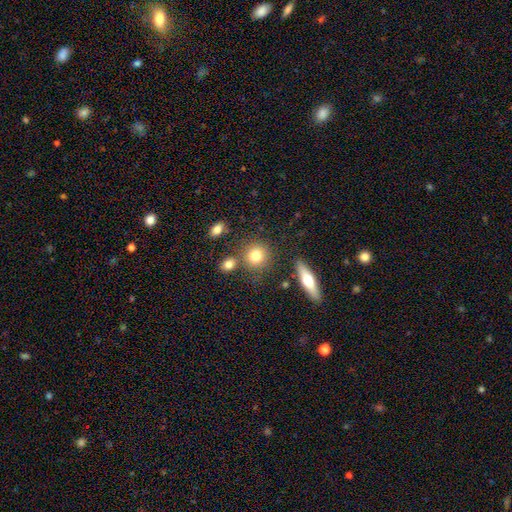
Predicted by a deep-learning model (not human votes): The model was most divided on "merging": none: 76%, merger: 11%, minor disturbance: 10%, major disturbance: 4%. More confident: how rounded — round (83%); smooth or featured — smooth (78%).